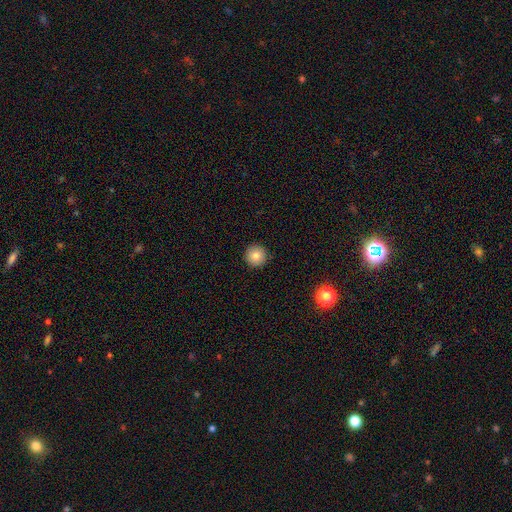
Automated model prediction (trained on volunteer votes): Smooth or featured? smooth (82%)
How rounded? round (96%)
Merging? none (93%)